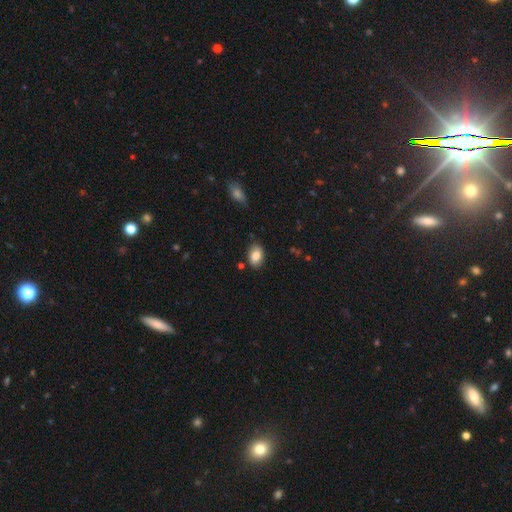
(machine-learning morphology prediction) smooth_or_featured: smooth (p=0.84) [alt: featured or disk p=0.08]
how_rounded: in between (p=0.87) [alt: round p=0.12]
merging: none (p=0.84) [alt: minor disturbance p=0.12]